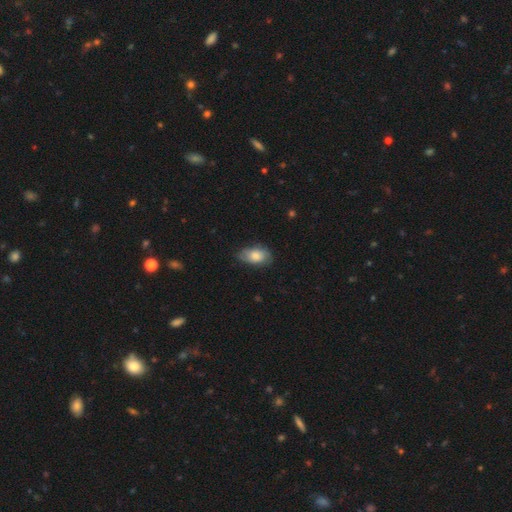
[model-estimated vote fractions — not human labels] A smooth galaxy with no disk features (74%) that is in between round and cigar-shaped (91%). Merging: none (68%).